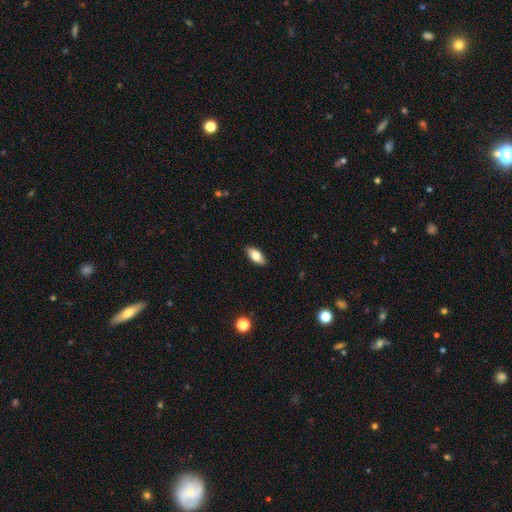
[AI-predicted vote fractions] Morphology: type=smooth (78%); roundness=in between (87%); merging=none (89%).